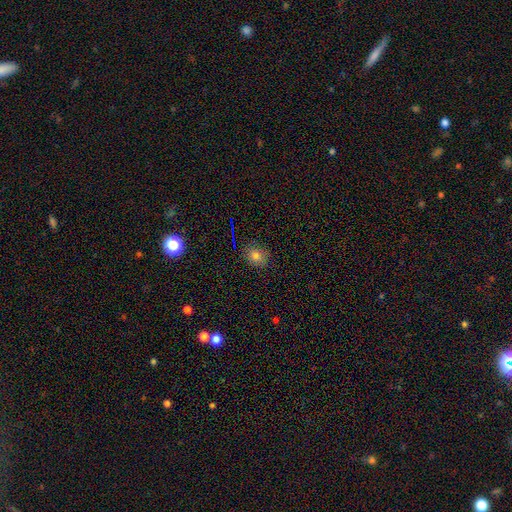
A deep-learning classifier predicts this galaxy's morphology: Q: Smooth or featured?
A: smooth (77%); runner-up: star or artifact (15%)
Q: How rounded?
A: round (56%); runner-up: in between (43%)
Q: Merging?
A: none (83%); runner-up: minor disturbance (13%)